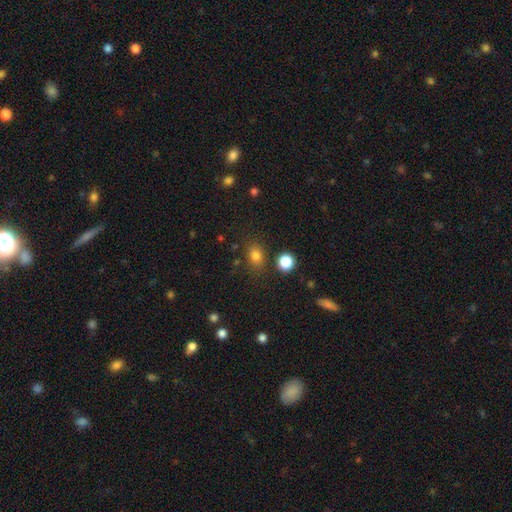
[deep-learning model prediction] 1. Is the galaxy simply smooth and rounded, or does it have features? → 80% smooth, 14% star or artifact, 6% featured or disk.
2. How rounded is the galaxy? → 57% in between, 41% round, 2% cigar-shaped.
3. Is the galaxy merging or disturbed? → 79% none, 13% minor disturbance, 5% merger, 4% major disturbance.